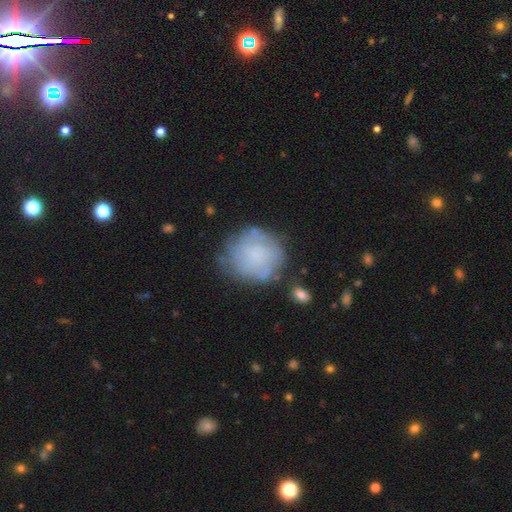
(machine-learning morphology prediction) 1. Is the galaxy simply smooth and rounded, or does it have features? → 55% smooth, 36% featured or disk, 9% star or artifact.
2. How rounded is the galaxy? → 85% round, 14% in between, 1% cigar-shaped.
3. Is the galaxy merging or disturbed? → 63% none, 23% minor disturbance, 10% major disturbance, 5% merger.